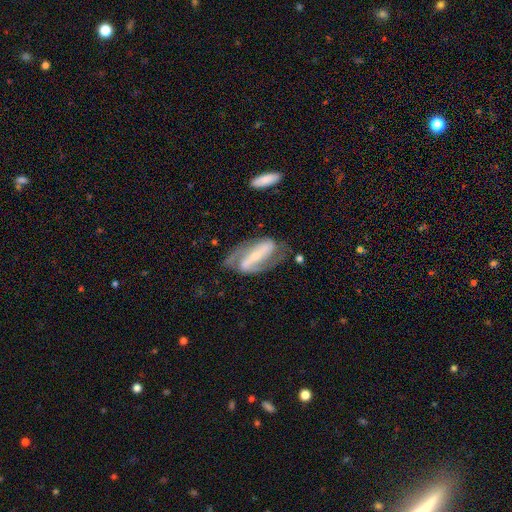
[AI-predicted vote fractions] Q: Smooth or featured?
A: featured or disk (86%); runner-up: smooth (9%)
Q: Edge-on disk?
A: no (93%); runner-up: yes (7%)
Q: Bar?
A: strong (70%); runner-up: weak (18%)
Q: Spiral arms?
A: yes (93%); runner-up: no (7%)
Q: Spiral winding?
A: medium (46%); runner-up: tight (28%)
Q: Spiral arm count?
A: 2 (88%); runner-up: can't tell (5%)
Q: Bulge size?
A: small (66%); runner-up: moderate (27%)
Q: Merging?
A: none (68%); runner-up: minor disturbance (18%)